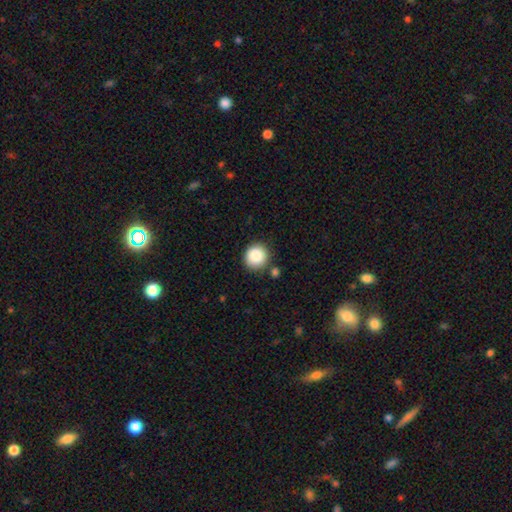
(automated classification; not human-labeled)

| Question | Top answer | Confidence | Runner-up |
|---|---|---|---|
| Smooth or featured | smooth | 88% | star or artifact (8%) |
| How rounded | round | 92% | in between (7%) |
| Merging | none | 84% | minor disturbance (9%) |